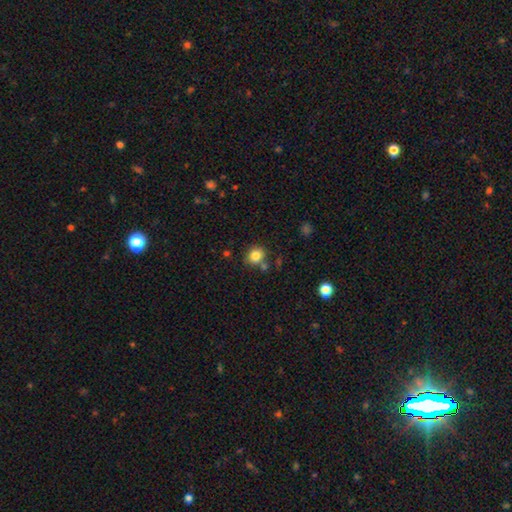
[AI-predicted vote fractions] Smooth or featured? Predicted: smooth (p=0.83). How rounded? Predicted: round (p=0.70). Merging? Predicted: none (p=0.73).